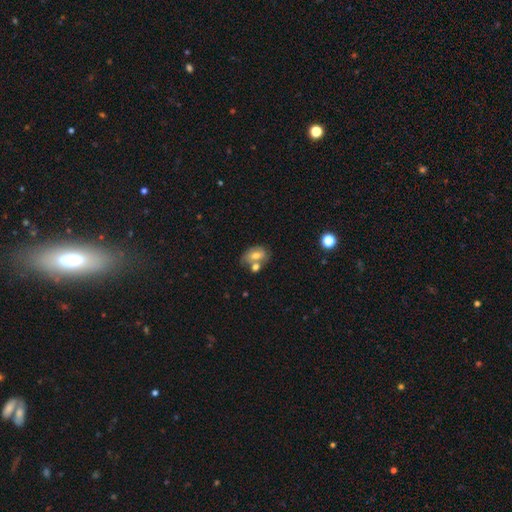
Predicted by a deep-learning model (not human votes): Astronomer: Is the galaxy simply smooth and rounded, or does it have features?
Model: smooth — 65%.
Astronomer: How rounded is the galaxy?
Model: in between — 78%.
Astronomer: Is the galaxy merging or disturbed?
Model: none — 43% (runner-up: merger, 35%).